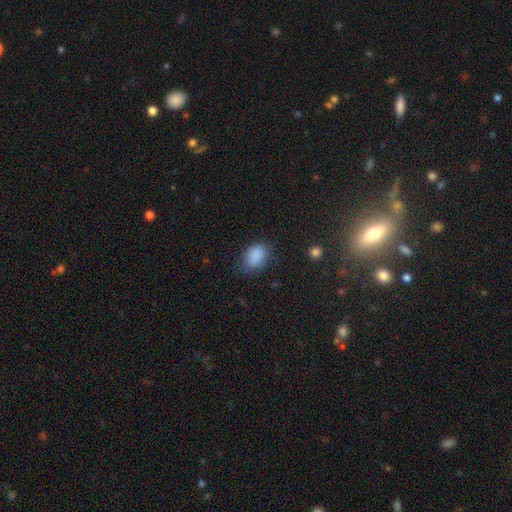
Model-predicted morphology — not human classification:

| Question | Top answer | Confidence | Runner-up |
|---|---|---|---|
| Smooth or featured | smooth | 87% | star or artifact (9%) |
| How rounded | in between | 81% | round (18%) |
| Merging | none | 72% | minor disturbance (21%) |